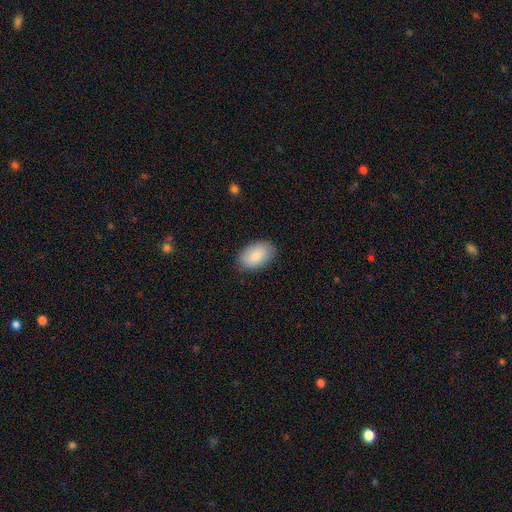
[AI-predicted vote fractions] smooth 84%, featured or disk 10%, star or artifact 6%. Down the decision tree: how rounded — in between (93%); merging — none (86%).